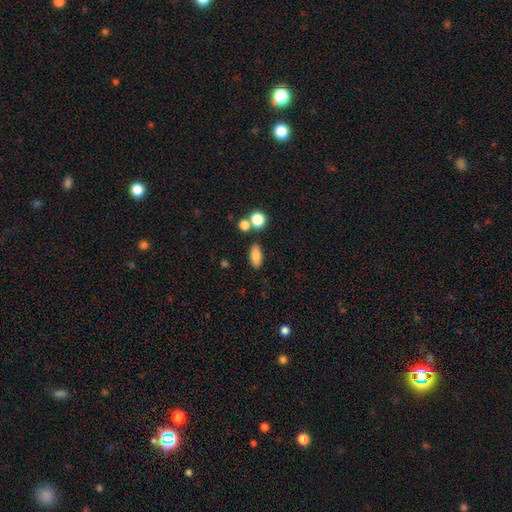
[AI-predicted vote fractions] smooth 84%, star or artifact 9%, featured or disk 7%. Down the decision tree: how rounded — in between (82%); merging — none (79%).